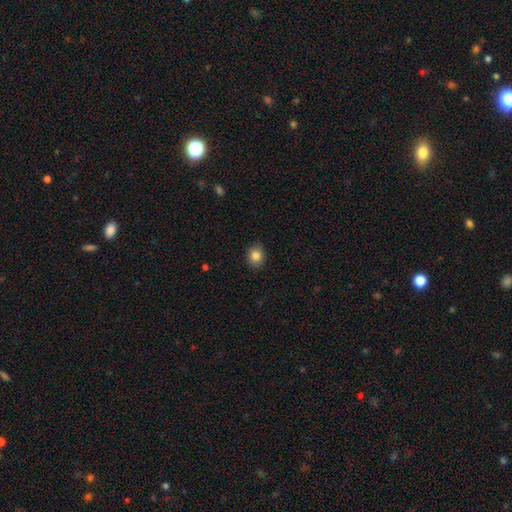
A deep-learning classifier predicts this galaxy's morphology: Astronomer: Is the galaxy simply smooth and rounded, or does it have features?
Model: smooth — 84%.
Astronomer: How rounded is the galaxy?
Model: round — 62% (runner-up: in between, 37%).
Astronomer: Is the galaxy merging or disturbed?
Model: none — 90%.